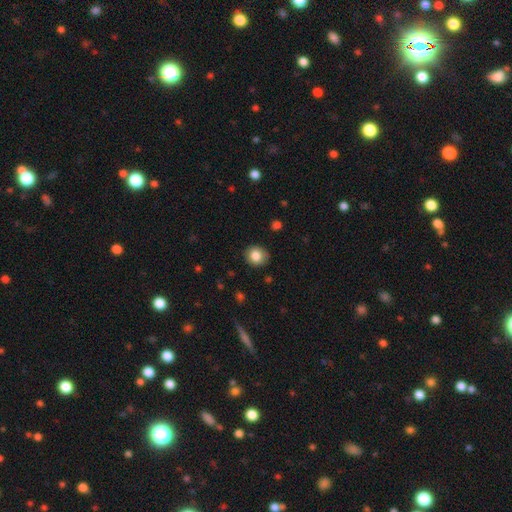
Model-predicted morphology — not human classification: Q: Smooth or featured?
A: smooth (83%); runner-up: star or artifact (9%)
Q: How rounded?
A: round (76%); runner-up: in between (23%)
Q: Merging?
A: none (87%); runner-up: minor disturbance (9%)